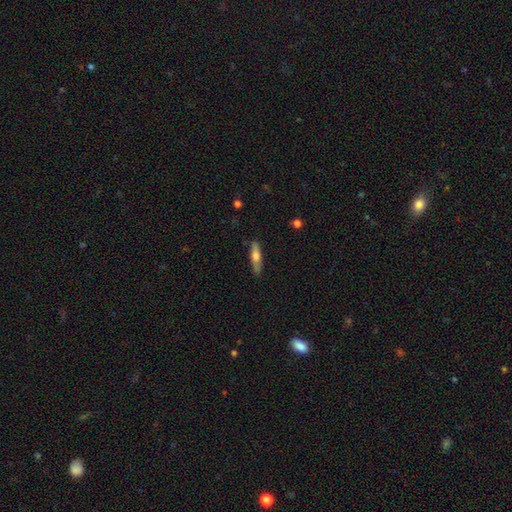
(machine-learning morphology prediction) A smooth galaxy with no disk features (58%) that is cigar-shaped (74%). Merging: none (82%).